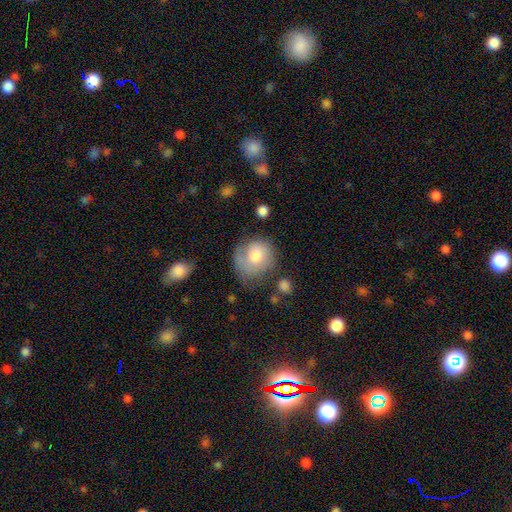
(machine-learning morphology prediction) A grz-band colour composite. It shows a smooth galaxy with no disk features (64%) that is round (78%). Merging: none (53%).